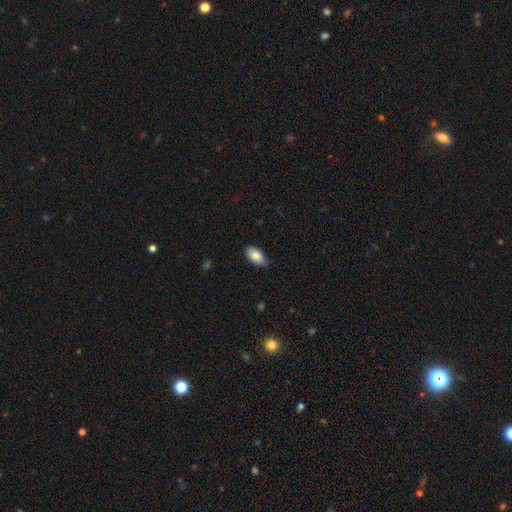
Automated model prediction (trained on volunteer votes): Smooth or featured?
  - smooth: 83% *
  - featured or disk: 10%
  - star or artifact: 7%
How rounded?
  - in between: 93% *
  - cigar-shaped: 4%
  - round: 3%
Merging?
  - none: 81% *
  - minor disturbance: 16%
  - major disturbance: 2%
  - merger: 1%